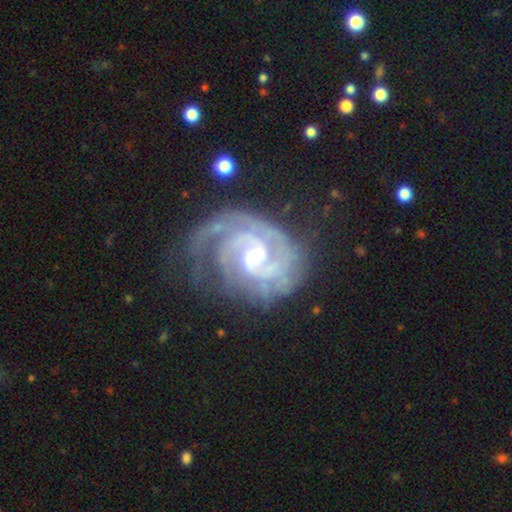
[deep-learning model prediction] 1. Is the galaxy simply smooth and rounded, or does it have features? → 91% featured or disk, 5% star or artifact, 4% smooth.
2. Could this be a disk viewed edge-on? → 98% no, 2% yes.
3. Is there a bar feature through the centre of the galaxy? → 53% weak, 28% no, 19% strong.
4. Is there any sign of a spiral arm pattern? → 98% yes, 2% no.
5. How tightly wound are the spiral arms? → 67% tight, 28% medium, 5% loose.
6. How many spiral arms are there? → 42% 2, 24% 3, 16% can't tell, 7% 1, 6% 4, 5% more than 4.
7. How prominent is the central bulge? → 58% moderate, 35% small, 4% large, 2% none, 1% dominant.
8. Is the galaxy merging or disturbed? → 60% none, 23% minor disturbance, 14% major disturbance, 2% merger.